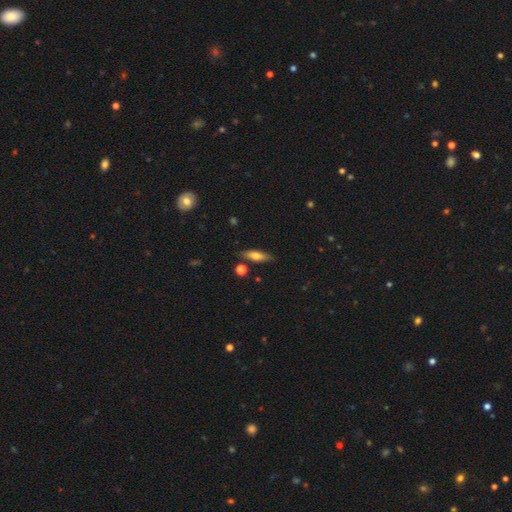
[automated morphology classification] smooth-or-featured: smooth: 61% | featured or disk: 31% | star or artifact: 8%
  how-rounded: cigar-shaped: 50% | in between: 47% | round: 3%
  merging: none: 82% | minor disturbance: 12% | merger: 4% | major disturbance: 2%